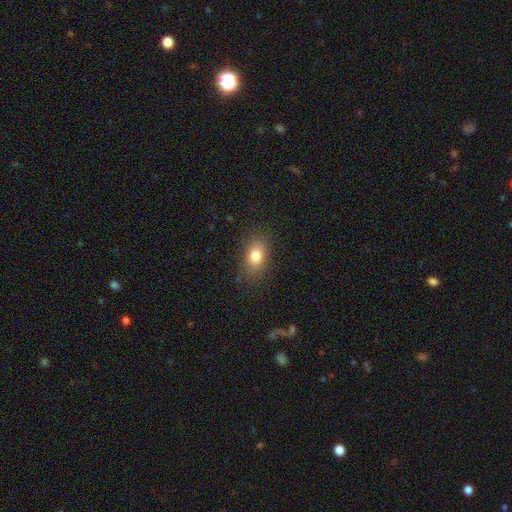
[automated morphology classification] Smooth or featured? smooth (80%)
How rounded? in between (78%)
Merging? none (84%)